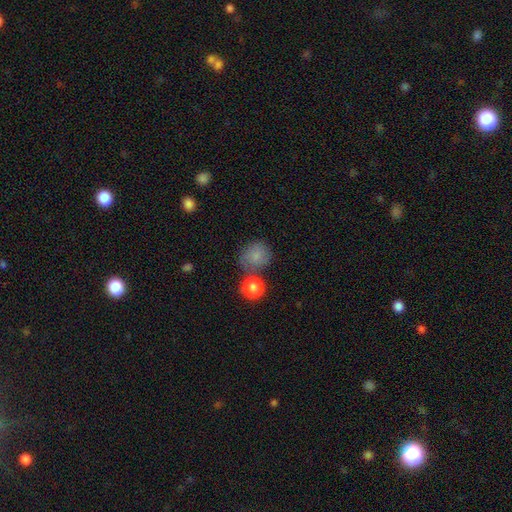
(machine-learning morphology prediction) The model was most divided on "merging": none: 58%, minor disturbance: 18%, merger: 15%, major disturbance: 8%. More confident: smooth or featured — smooth (80%); how rounded — round (79%).